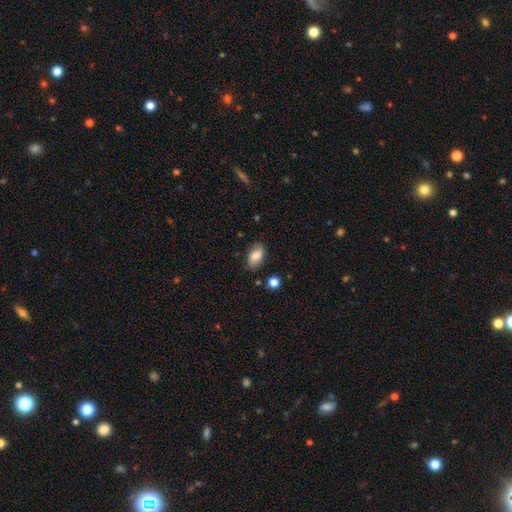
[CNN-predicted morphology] Q: Smooth or featured?
A: smooth (80%); runner-up: featured or disk (12%)
Q: How rounded?
A: in between (91%); runner-up: round (7%)
Q: Merging?
A: none (81%); runner-up: minor disturbance (14%)